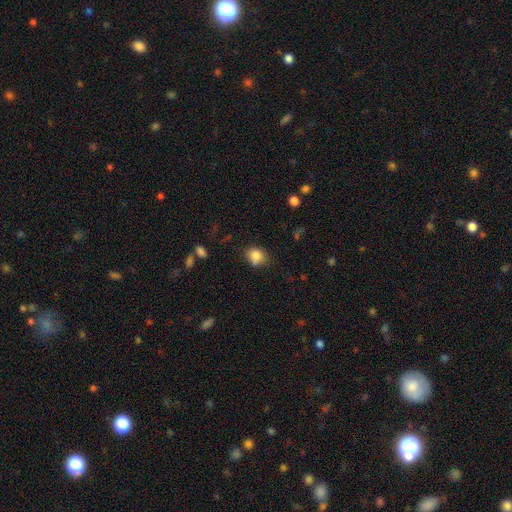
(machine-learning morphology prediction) A smooth galaxy with no disk features (82%) that is round (60%).

Vote fractions:
- Smooth or featured? smooth: 82% / star or artifact: 10% / featured or disk: 8%
- How rounded? round: 60% / in between: 39% / cigar-shaped: 1%
- Merging? none: 63% / minor disturbance: 23% / merger: 9% / major disturbance: 6%